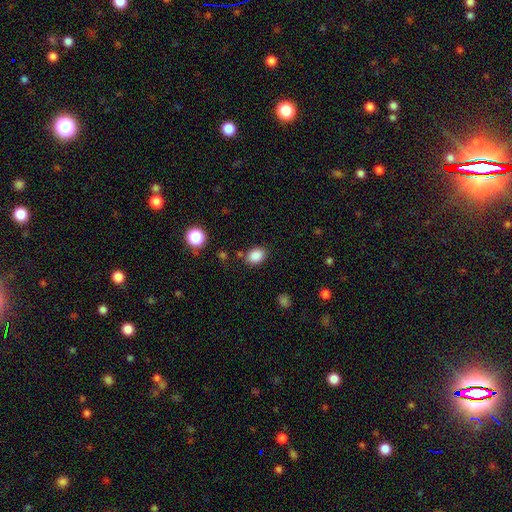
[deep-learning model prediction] Overall: smooth (86%). How rounded: in between (68%; round 31%). Merging: none (82%).